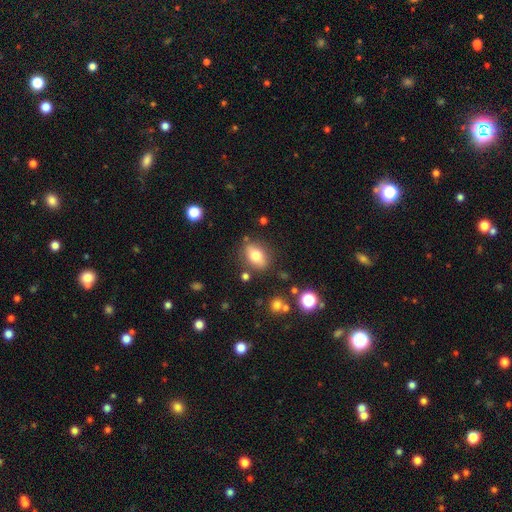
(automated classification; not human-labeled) This is likely a smooth galaxy (73%). How rounded: likely in between (79%). Merging: likely none (79%).